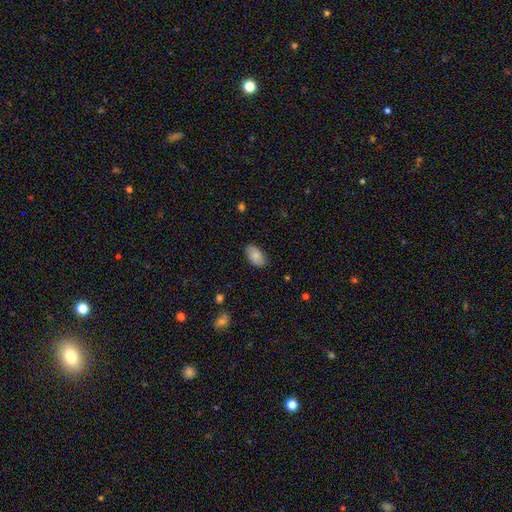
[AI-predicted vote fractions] A smooth galaxy with no disk features (84%) that is in between round and cigar-shaped (94%). Merging: none (81%).